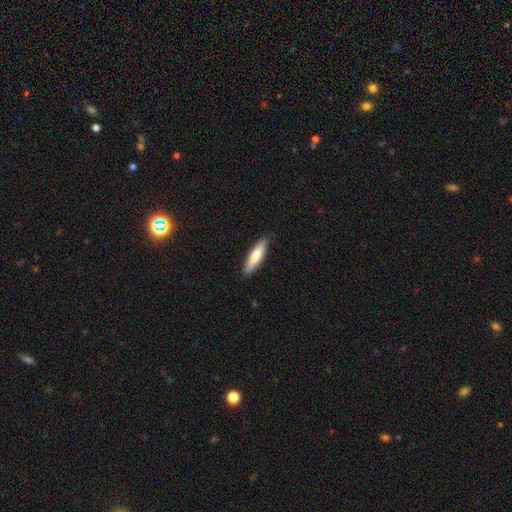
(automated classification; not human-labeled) Smooth or featured?
  - smooth: 78% *
  - featured or disk: 17%
  - star or artifact: 5%
How rounded?
  - cigar-shaped: 69% *
  - in between: 29%
  - round: 1%
Merging?
  - none: 86% *
  - minor disturbance: 11%
  - major disturbance: 2%
  - merger: 1%